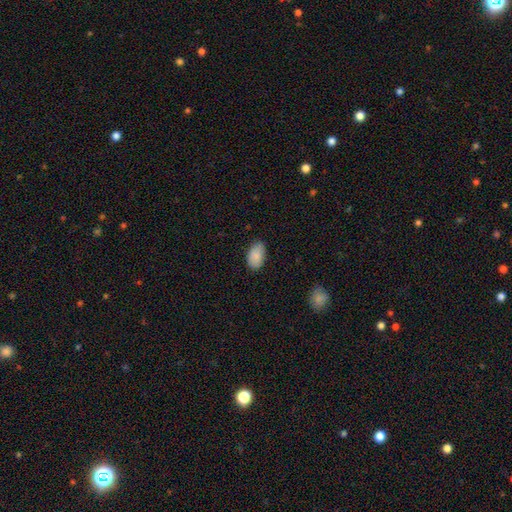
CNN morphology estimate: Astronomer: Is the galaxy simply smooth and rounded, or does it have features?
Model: smooth — 88%.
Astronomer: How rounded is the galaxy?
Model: in between — 93%.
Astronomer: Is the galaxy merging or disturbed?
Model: none — 82%.